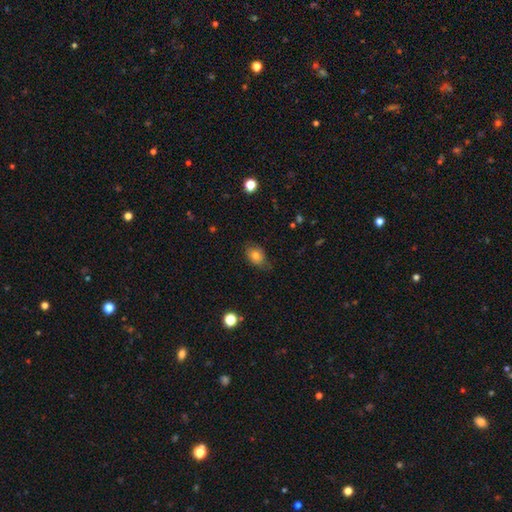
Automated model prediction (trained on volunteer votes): This appears to be a smooth galaxy with no disk features (76%) that is in between round and cigar-shaped (73%). Merging: none (65%).